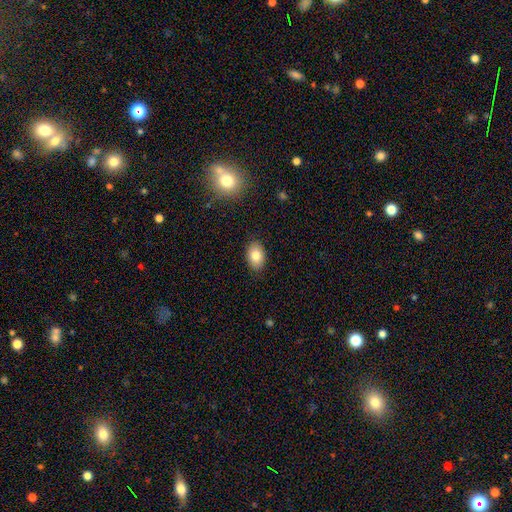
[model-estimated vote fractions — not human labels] A smooth galaxy with no disk features (83%) that is in between round and cigar-shaped (86%).

Vote fractions:
- Smooth or featured? smooth: 83% / featured or disk: 9% / star or artifact: 8%
- How rounded? in between: 86% / round: 13% / cigar-shaped: 1%
- Merging? none: 87% / minor disturbance: 9% / major disturbance: 2% / merger: 1%